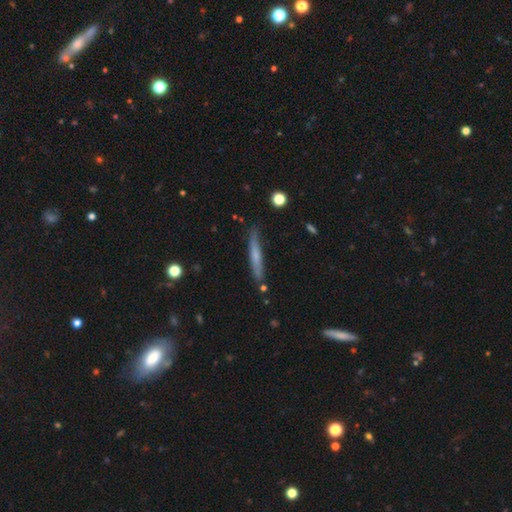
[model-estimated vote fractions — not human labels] smooth 56%, featured or disk 37%, star or artifact 6%. Down the decision tree: how rounded — cigar-shaped (95%); merging — none (83%).